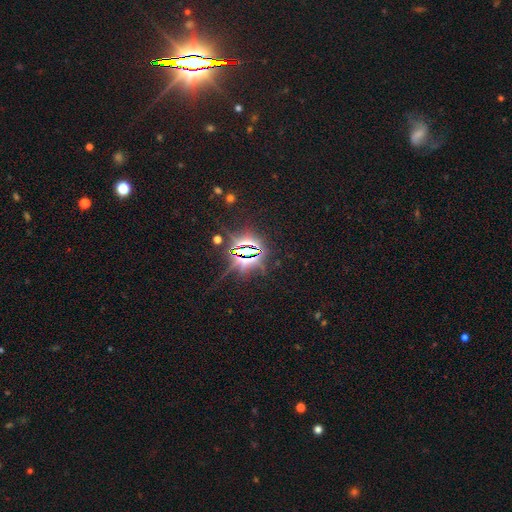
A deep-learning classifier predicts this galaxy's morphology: Q: Smooth or featured?
A: star or artifact (85%); runner-up: featured or disk (8%)